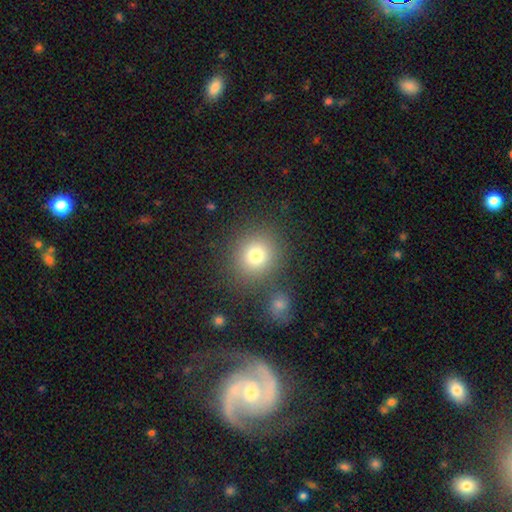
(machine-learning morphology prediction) smooth_or_featured: smooth (p=0.77) [alt: star or artifact p=0.14]
how_rounded: round (p=0.86) [alt: in between p=0.13]
merging: none (p=0.78) [alt: merger p=0.10]